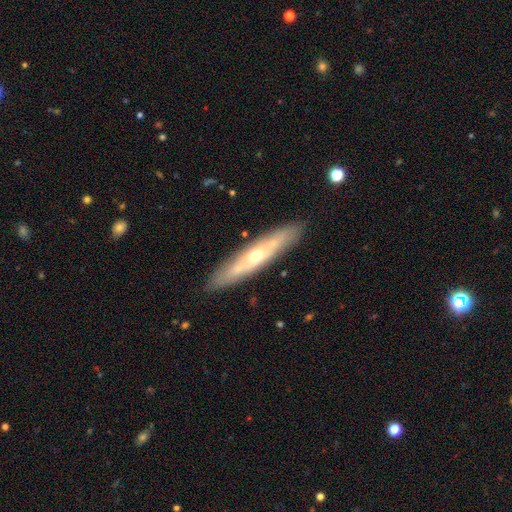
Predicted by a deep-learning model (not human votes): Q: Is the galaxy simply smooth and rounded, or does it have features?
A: featured or disk — 62%.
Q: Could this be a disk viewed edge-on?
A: yes — 67%.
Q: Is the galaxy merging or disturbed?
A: none — 88%.